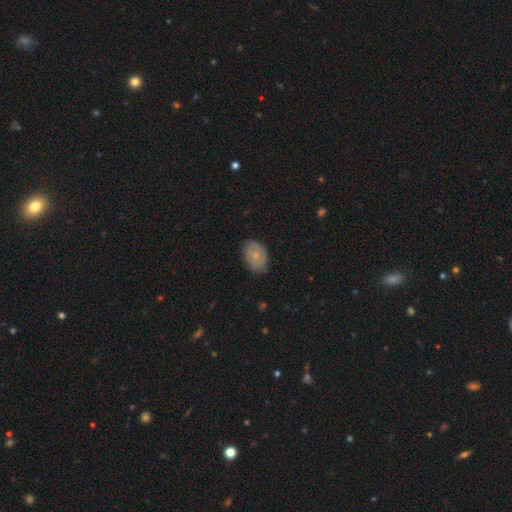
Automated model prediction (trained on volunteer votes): smooth 70%, featured or disk 23%, star or artifact 7%. Down the decision tree: how rounded — in between (81%); merging — none (79%).